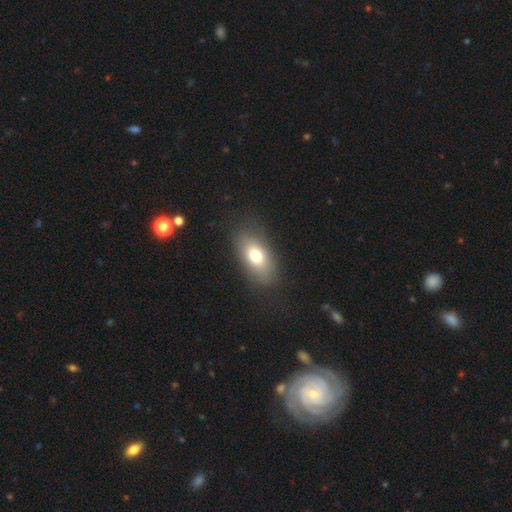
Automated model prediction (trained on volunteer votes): Smooth or featured?
  - smooth: 75% *
  - featured or disk: 16%
  - star or artifact: 9%
How rounded?
  - in between: 88% *
  - round: 8%
  - cigar-shaped: 4%
Merging?
  - none: 81% *
  - minor disturbance: 13%
  - major disturbance: 5%
  - merger: 1%